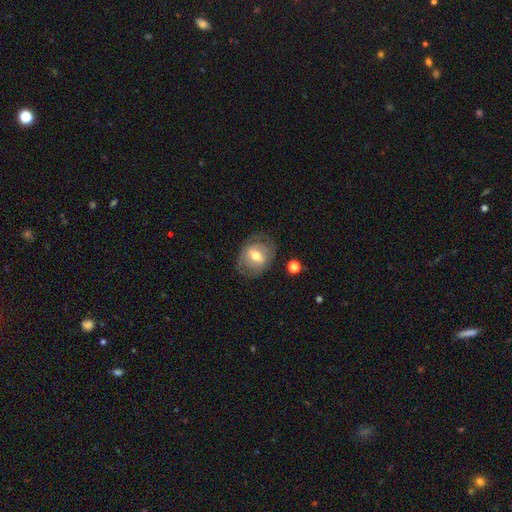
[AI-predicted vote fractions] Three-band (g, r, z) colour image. It shows a featured or disk galaxy (53%). Merging: none (67%).